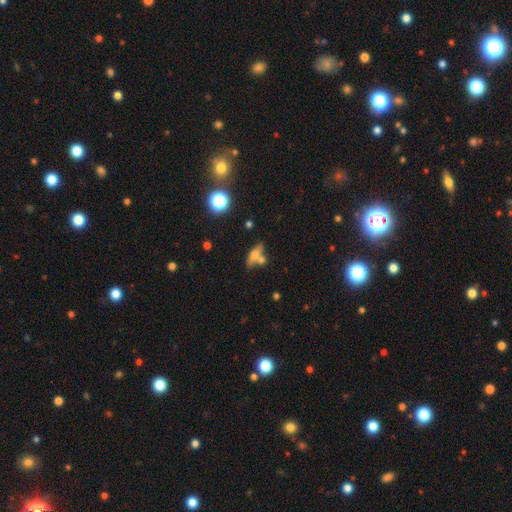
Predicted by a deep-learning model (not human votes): smooth-or-featured: smooth: 59% | featured or disk: 29% | star or artifact: 12%
  how-rounded: in between: 57% | cigar-shaped: 35% | round: 8%
  merging: none: 50% | merger: 31% | minor disturbance: 13% | major disturbance: 6%